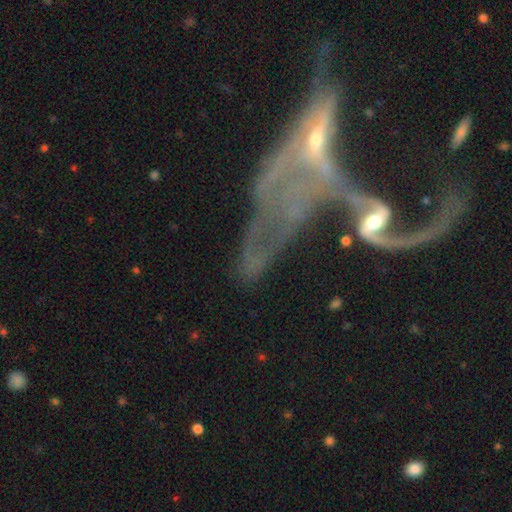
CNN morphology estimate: This appears to be a featured or disk galaxy (74%) with no bar (50%), spiral arms (76%) and a small central bulge (45%). Merging: merger (56%).